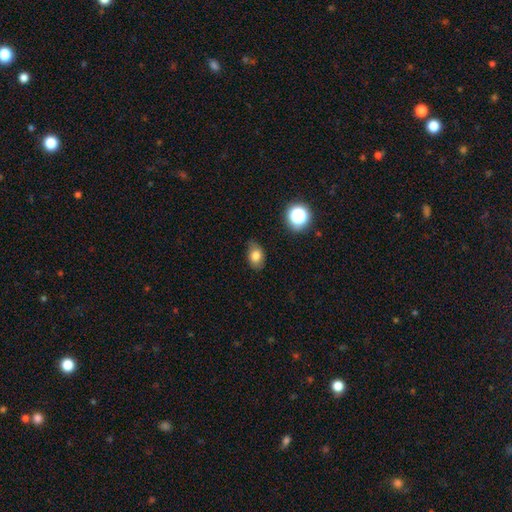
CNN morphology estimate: Smooth or featured? smooth (79%)
How rounded? in between (79%)
Merging? none (74%)